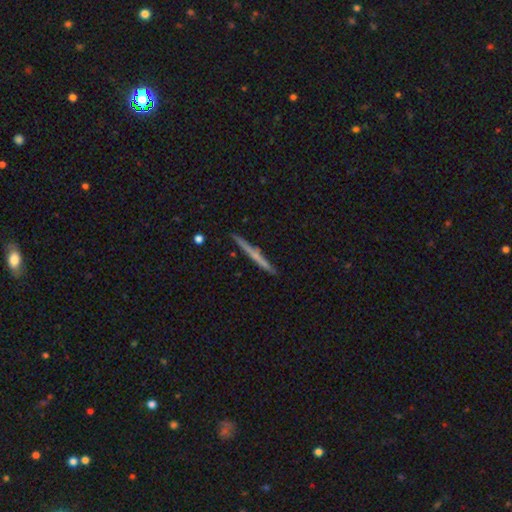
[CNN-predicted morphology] featured or disk 50%, smooth 45%, star or artifact 6%. Down the decision tree: merging — none (90%).